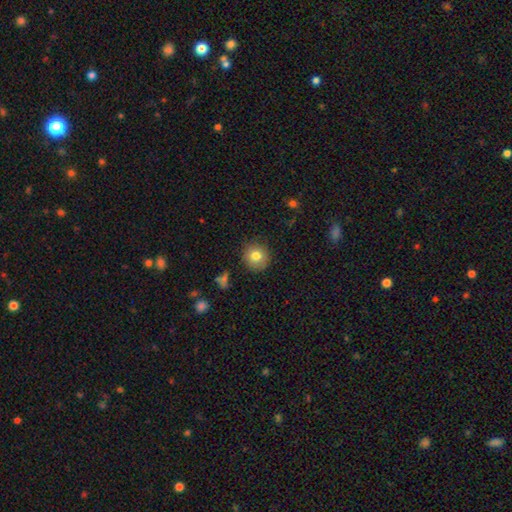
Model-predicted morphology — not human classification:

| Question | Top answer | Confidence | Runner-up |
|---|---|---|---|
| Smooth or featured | smooth | 79% | featured or disk (10%) |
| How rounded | round | 92% | in between (7%) |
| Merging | none | 88% | minor disturbance (9%) |